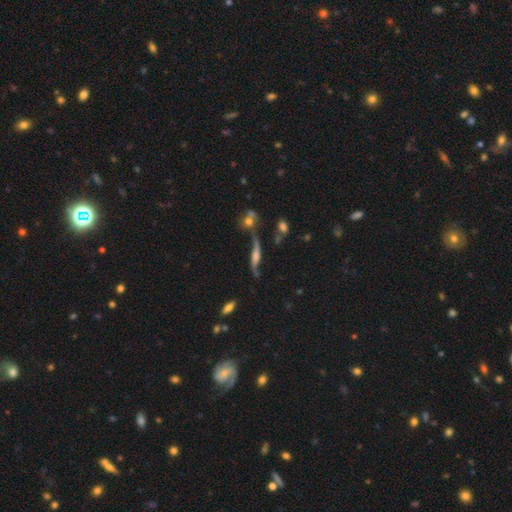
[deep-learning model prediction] A featured or disk galaxy (75%).

Vote fractions:
- Smooth or featured? featured or disk: 75% / smooth: 17% / star or artifact: 8%
- Edge-on disk? no: 60% / yes: 40%
- Merging? none: 56% / minor disturbance: 21% / major disturbance: 12% / merger: 11%